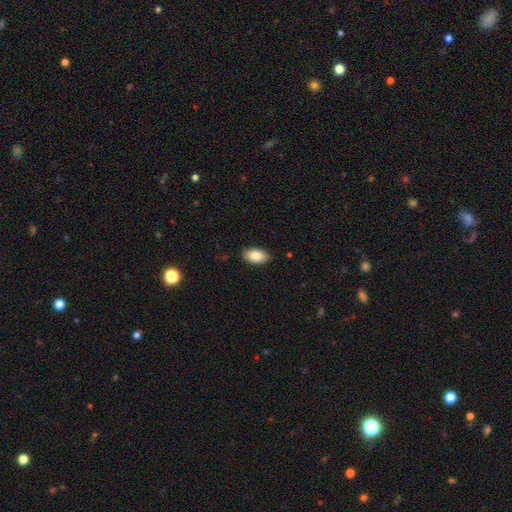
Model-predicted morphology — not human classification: Smooth or featured: smooth — 82% (featured or disk — 11%)
How rounded: in between — 94% (round — 4%)
Merging: none — 89% (minor disturbance — 9%)